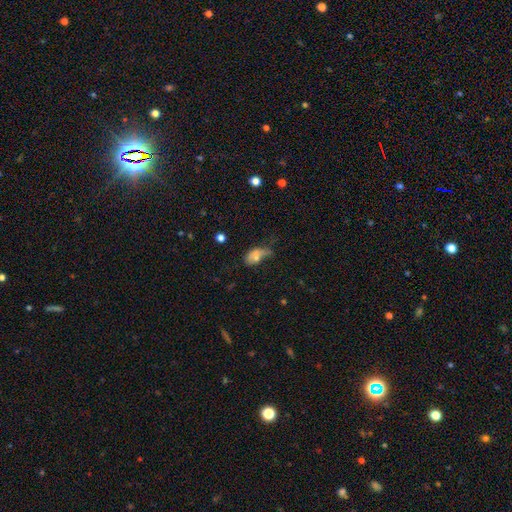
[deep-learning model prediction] The model was most divided on "merging": major disturbance: 39%, minor disturbance: 31%, none: 21%, merger: 10%. More confident: how rounded — in between (87%); smooth or featured — smooth (69%).